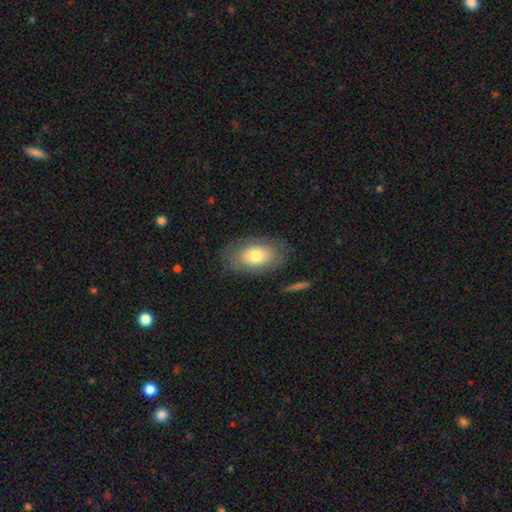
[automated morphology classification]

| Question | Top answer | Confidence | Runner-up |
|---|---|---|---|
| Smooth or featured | smooth | 70% | featured or disk (23%) |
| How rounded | in between | 90% | round (9%) |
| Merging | none | 78% | minor disturbance (14%) |